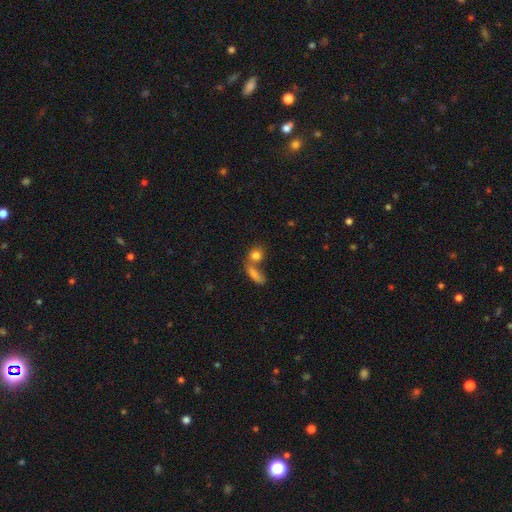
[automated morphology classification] This appears to be a smooth galaxy with no disk features (79%) that is round (59%). Merging: merger (49%).